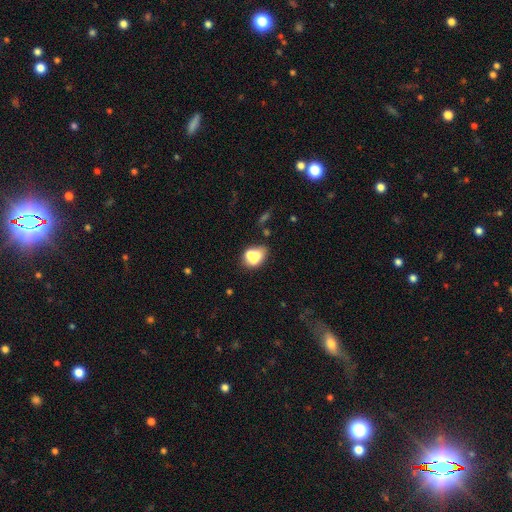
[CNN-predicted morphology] Smooth or featured?
  - smooth: 62% *
  - featured or disk: 26%
  - star or artifact: 12%
How rounded?
  - in between: 58% *
  - round: 41%
  - cigar-shaped: 2%
Merging?
  - merger: 47% *
  - none: 34%
  - minor disturbance: 12%
  - major disturbance: 7%